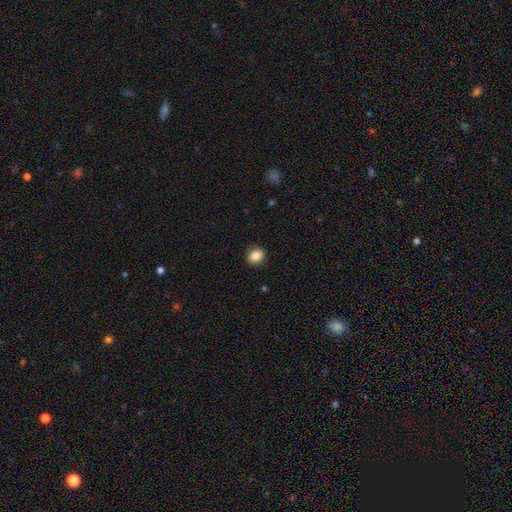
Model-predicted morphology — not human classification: smooth 87%, star or artifact 9%, featured or disk 4%. Down the decision tree: how rounded — round (62%); merging — none (91%).